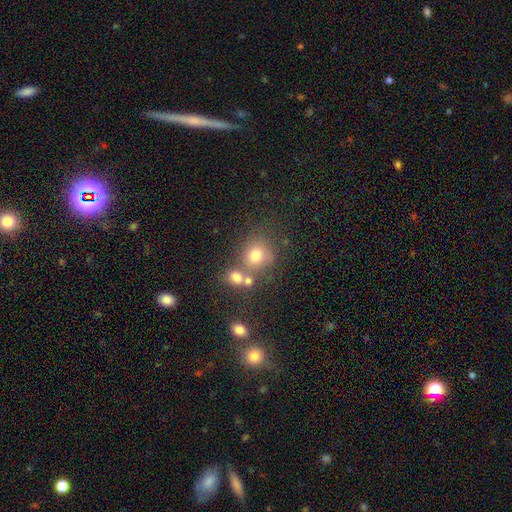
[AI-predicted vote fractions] A smooth galaxy with no disk features (74%) that is round (83%). Merging: none (55%).